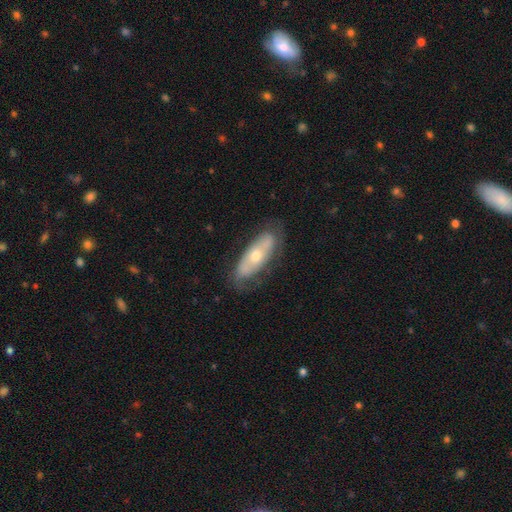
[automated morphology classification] A featured or disk galaxy (53%). Merging: none (72%).